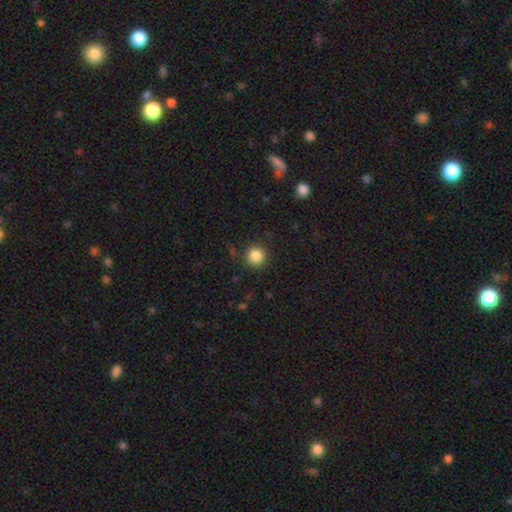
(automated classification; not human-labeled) Overall: smooth (85%). How rounded: round (94%). Merging: none (89%).